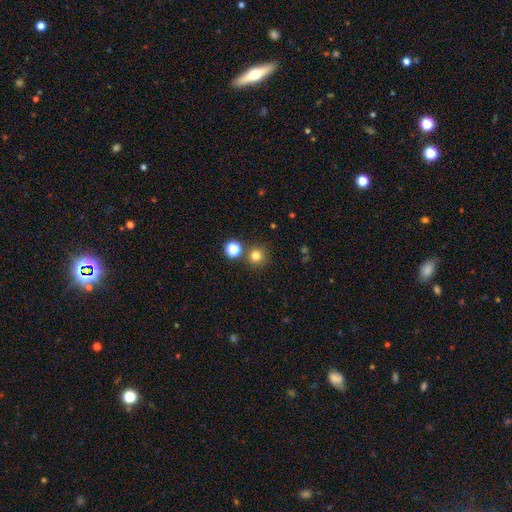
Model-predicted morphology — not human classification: type=smooth (78%); roundness=round (94%); merging=none (80%).